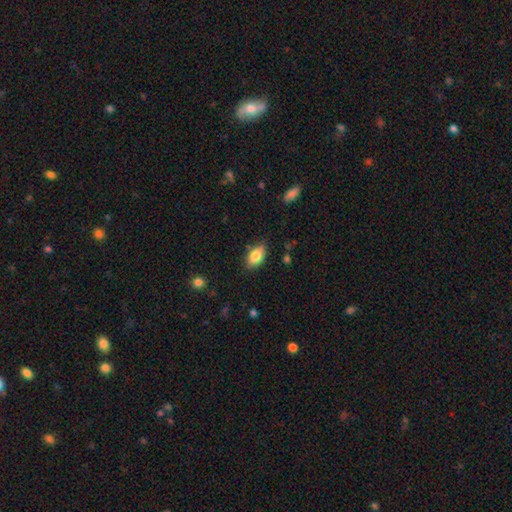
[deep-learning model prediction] smooth-or-featured: smooth: 81% | featured or disk: 12% | star or artifact: 8%
  how-rounded: in between: 89% | cigar-shaped: 6% | round: 5%
  merging: none: 78% | minor disturbance: 17% | major disturbance: 3% | merger: 2%